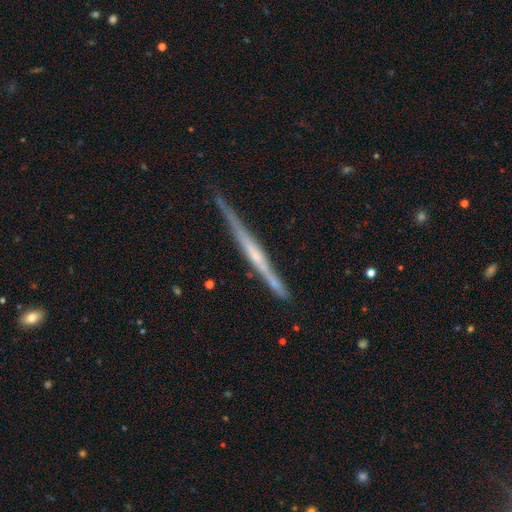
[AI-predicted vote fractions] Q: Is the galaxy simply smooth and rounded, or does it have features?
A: featured or disk — 73%.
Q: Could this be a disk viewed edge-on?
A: yes — 98%.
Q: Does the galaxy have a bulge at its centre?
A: none — 59%.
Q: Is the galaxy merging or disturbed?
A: none — 80%.